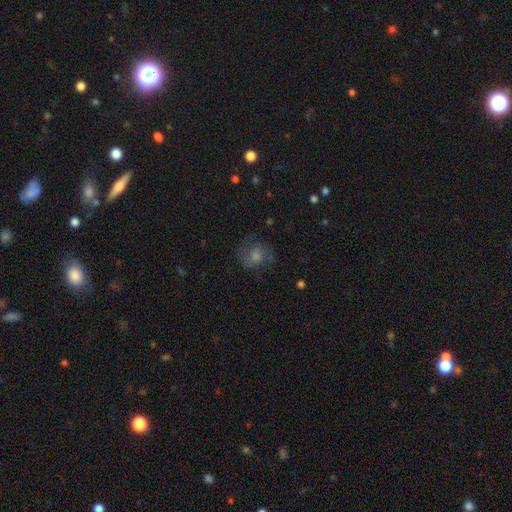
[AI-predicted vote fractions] smooth-or-featured: featured or disk: 61% | smooth: 22% | star or artifact: 17%
  disk-edge-on: no: 97% | yes: 3%
    bar: no: 59% | weak: 34% | strong: 7%
    has-spiral-arms: yes: 91% | no: 9%
      spiral-winding: medium: 52% | tight: 30% | loose: 17%
      spiral-arm-count: 2: 78% | can't tell: 12% | 3: 4% | 1: 3% | 4: 2% | more than 4: 2%
    bulge-size: moderate: 49% | small: 29% | large: 12% | none: 7% | dominant: 2%
  merging: none: 77% | minor disturbance: 14% | major disturbance: 8% | merger: 1%